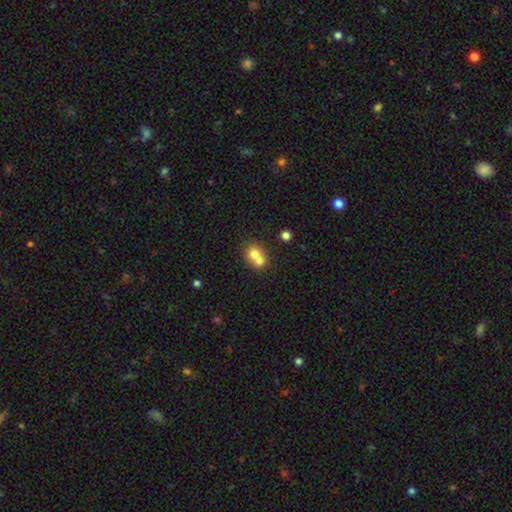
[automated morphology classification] This appears to be a smooth galaxy with no disk features (70%) that is round (70%). Merging: merger (66%).